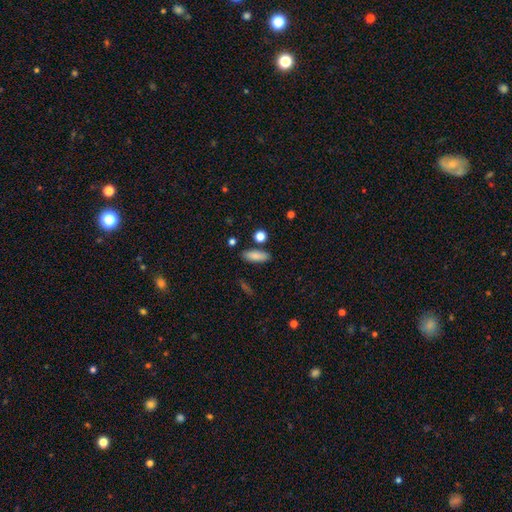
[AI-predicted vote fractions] A smooth galaxy with no disk features (84%) that is in between round and cigar-shaped (65%).

Vote fractions:
- Smooth or featured? smooth: 84% / featured or disk: 8% / star or artifact: 8%
- How rounded? in between: 65% / cigar-shaped: 30% / round: 5%
- Merging? none: 82% / minor disturbance: 10% / merger: 5% / major disturbance: 3%